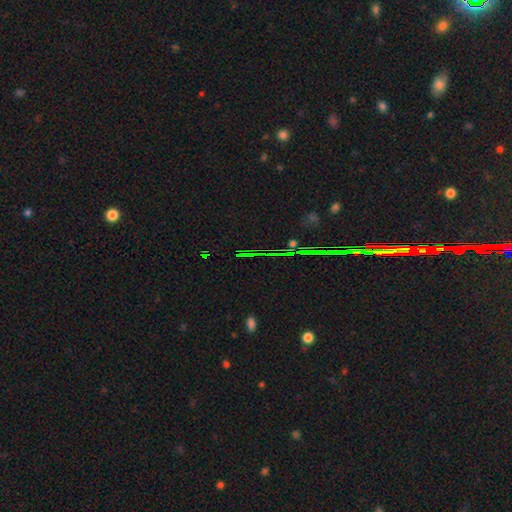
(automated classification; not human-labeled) Smooth or featured? star or artifact (75%)